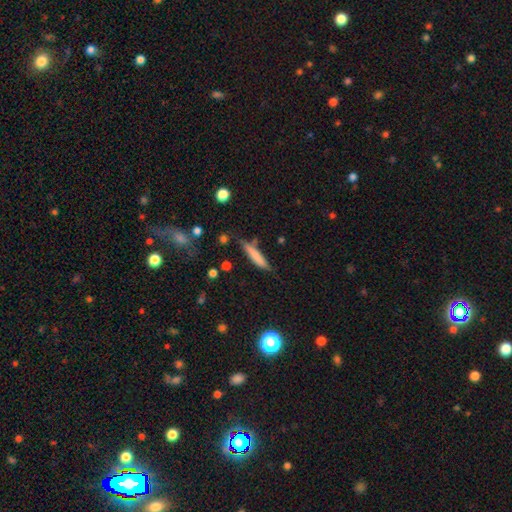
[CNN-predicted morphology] This appears to be a smooth galaxy with no disk features (73%) that is cigar-shaped (86%). Merging: none (70%).